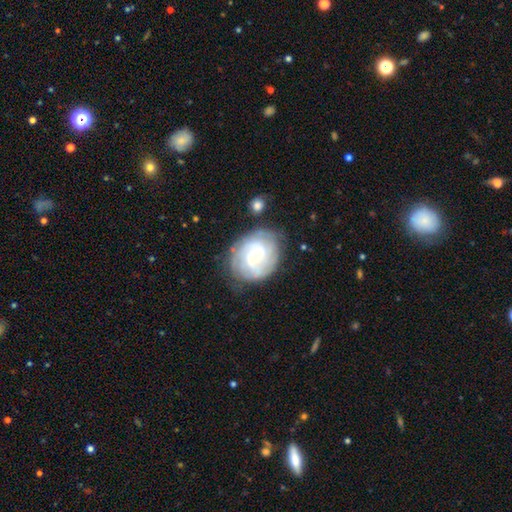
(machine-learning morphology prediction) smooth_or_featured: featured or disk (p=0.75) [alt: smooth p=0.19]
disk_edge_on: no (p=0.97) [alt: yes p=0.03]
bar: weak (p=0.56) [alt: no p=0.28]
has_spiral_arms: yes (p=0.88) [alt: no p=0.12]
spiral_winding: tight (p=0.58) [alt: medium p=0.30]
spiral_arm_count: can't tell (p=0.39) [alt: 2 p=0.32]
bulge_size: moderate (p=0.48) [alt: small p=0.47]
merging: none (p=0.71) [alt: minor disturbance p=0.19]